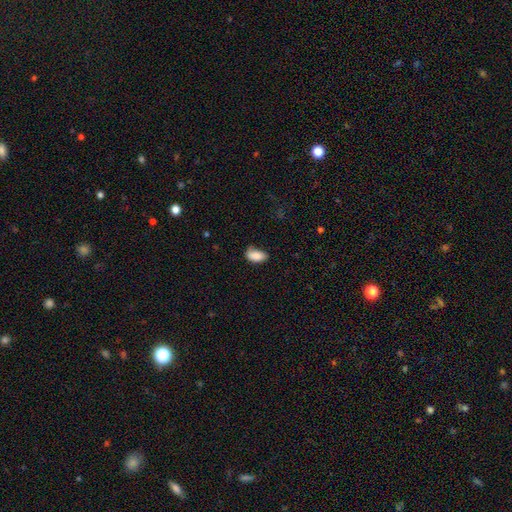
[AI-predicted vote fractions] smooth-or-featured: smooth: 87% | star or artifact: 7% | featured or disk: 6%
  how-rounded: in between: 94% | round: 4% | cigar-shaped: 2%
  merging: none: 63% | minor disturbance: 29% | major disturbance: 6% | merger: 2%